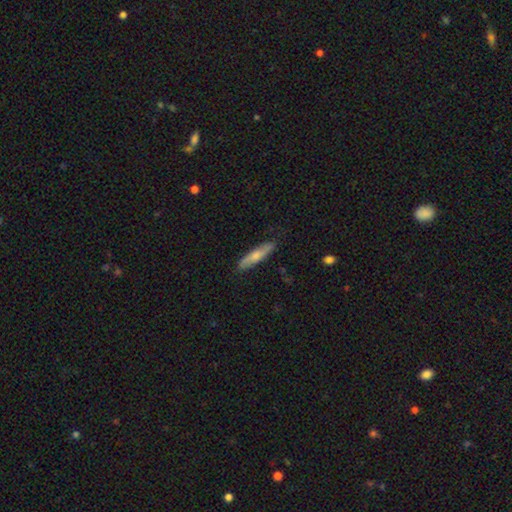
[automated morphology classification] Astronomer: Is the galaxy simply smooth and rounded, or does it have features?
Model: smooth — 64%.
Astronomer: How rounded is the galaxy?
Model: cigar-shaped — 80%.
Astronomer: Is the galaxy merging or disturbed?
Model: none — 86%.